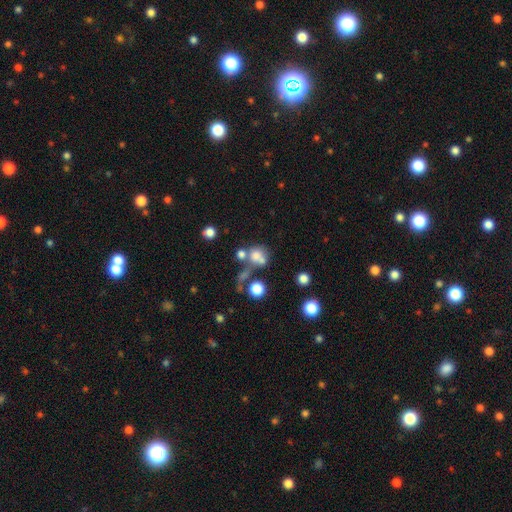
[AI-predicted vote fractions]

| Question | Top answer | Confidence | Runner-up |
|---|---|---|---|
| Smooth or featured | smooth | 66% | featured or disk (18%) |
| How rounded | round | 72% | in between (27%) |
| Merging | merger | 43% | none (34%) |